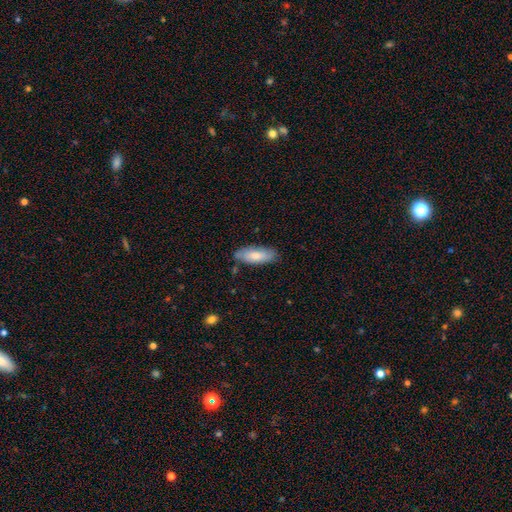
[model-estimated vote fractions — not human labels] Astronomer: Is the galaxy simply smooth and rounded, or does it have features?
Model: smooth — 76%.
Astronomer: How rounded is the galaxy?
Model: in between — 74%.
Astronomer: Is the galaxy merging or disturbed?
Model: none — 78%.